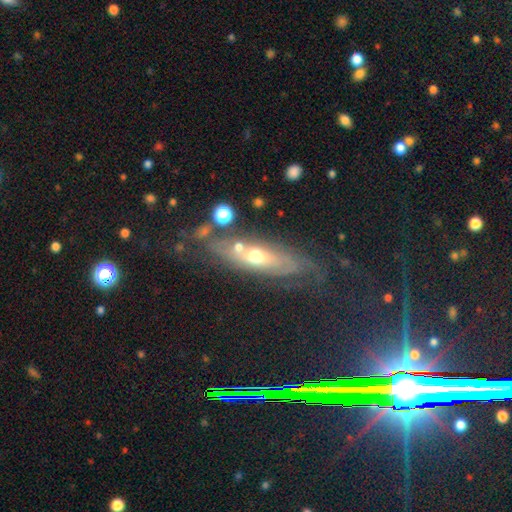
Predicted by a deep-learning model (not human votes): This appears to be a featured or disk galaxy (62%). Merging: none (58%).